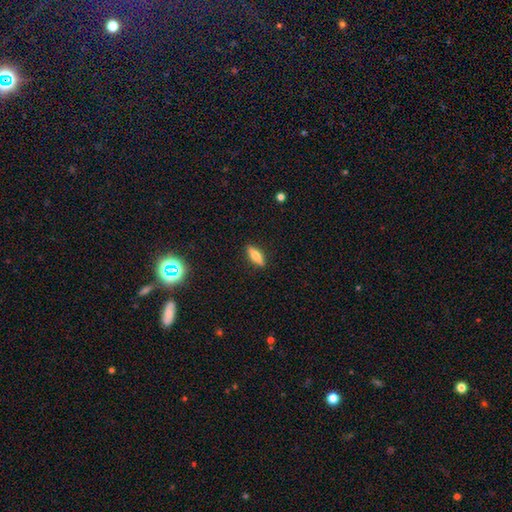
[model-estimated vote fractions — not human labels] smooth 65%, featured or disk 27%, star or artifact 8%. Down the decision tree: how rounded — cigar-shaped (51%); merging — none (89%).